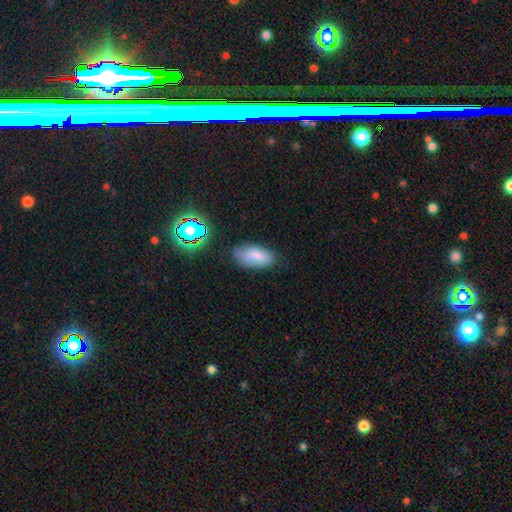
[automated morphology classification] smooth 78%, featured or disk 12%, star or artifact 10%. Down the decision tree: how rounded — in between (91%); merging — none (69%).